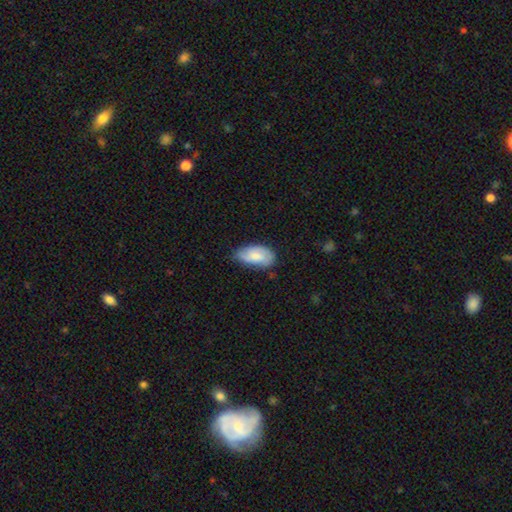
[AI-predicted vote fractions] Smooth or featured: smooth — 59% (featured or disk — 34%)
How rounded: in between — 93% (round — 4%)
Merging: none — 63% (minor disturbance — 30%)